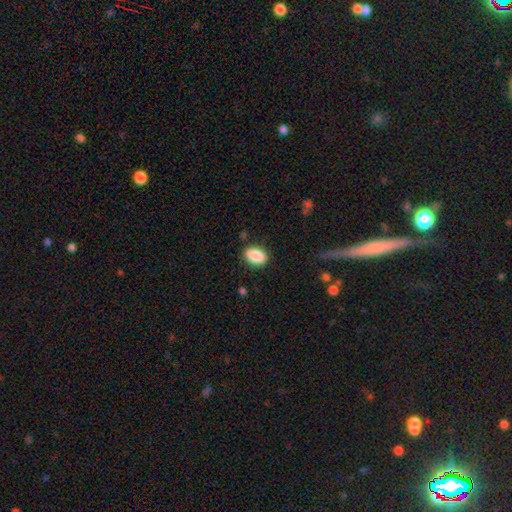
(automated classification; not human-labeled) This is clearly a smooth galaxy (89%). How rounded: clearly in between (87%). Merging: clearly none (85%).